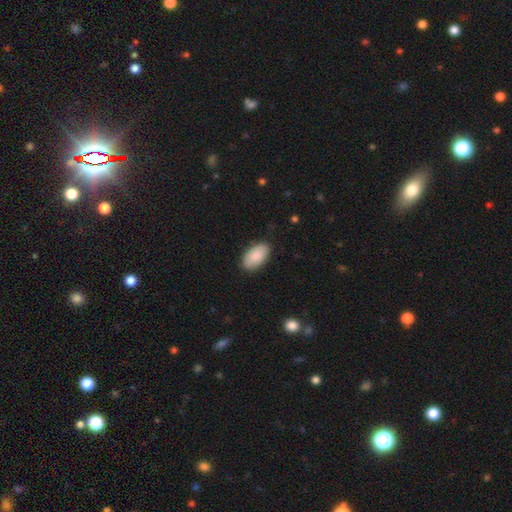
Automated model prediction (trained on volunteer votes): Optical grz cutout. It shows a smooth galaxy with no disk features (87%) that is in between round and cigar-shaped (95%). Merging: none (86%).